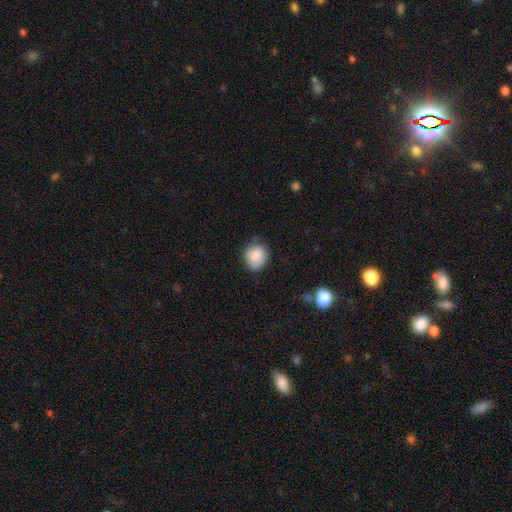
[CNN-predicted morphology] smooth-or-featured: smooth: 86% | star or artifact: 7% | featured or disk: 7%
  how-rounded: round: 70% | in between: 29% | cigar-shaped: 1%
  merging: none: 70% | minor disturbance: 24% | major disturbance: 5% | merger: 2%